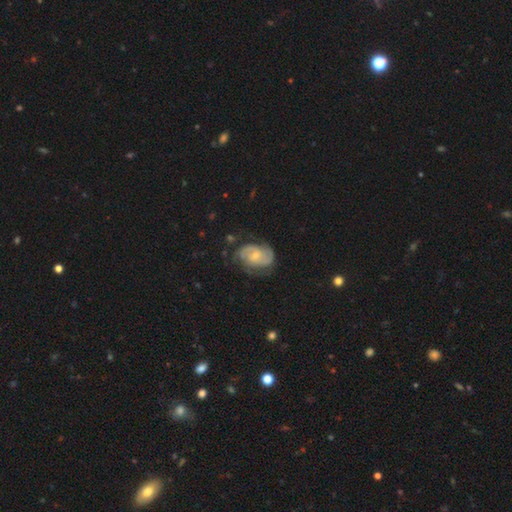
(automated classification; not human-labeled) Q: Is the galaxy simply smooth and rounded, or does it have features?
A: featured or disk — 81%.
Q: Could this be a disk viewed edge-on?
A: no — 98%.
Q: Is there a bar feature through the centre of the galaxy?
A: no — 60%.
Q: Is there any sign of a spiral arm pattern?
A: yes — 94%.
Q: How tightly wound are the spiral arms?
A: tight — 47%.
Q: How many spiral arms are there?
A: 2 — 68%.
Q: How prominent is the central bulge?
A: small — 58%.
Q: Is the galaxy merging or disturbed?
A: none — 67%.